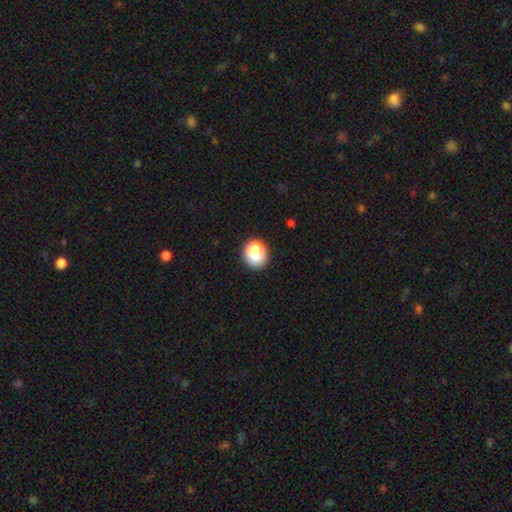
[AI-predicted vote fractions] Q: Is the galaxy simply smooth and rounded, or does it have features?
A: smooth — 77%.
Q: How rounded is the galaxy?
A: round — 67%.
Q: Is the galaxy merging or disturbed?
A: none — 63%.